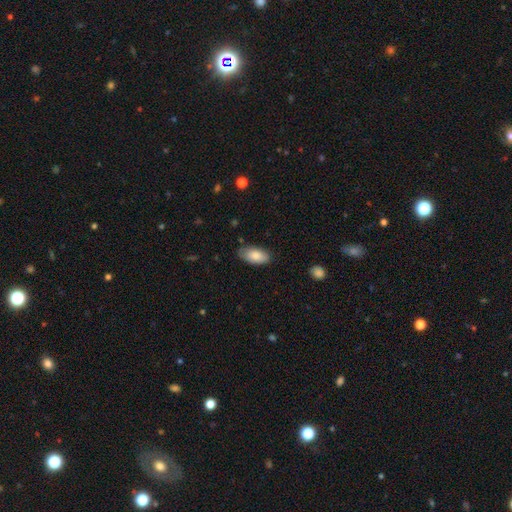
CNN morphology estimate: smooth_or_featured: smooth (p=0.84) [alt: featured or disk p=0.10]
how_rounded: in between (p=0.94) [alt: cigar-shaped p=0.04]
merging: none (p=0.79) [alt: minor disturbance p=0.17]